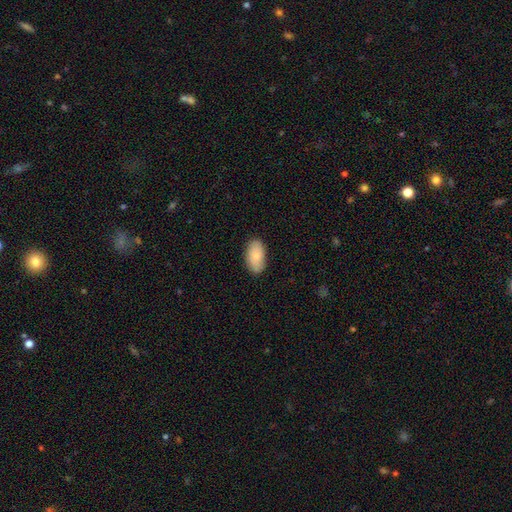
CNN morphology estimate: Smooth or featured? smooth (84%)
How rounded? in between (94%)
Merging? none (84%)